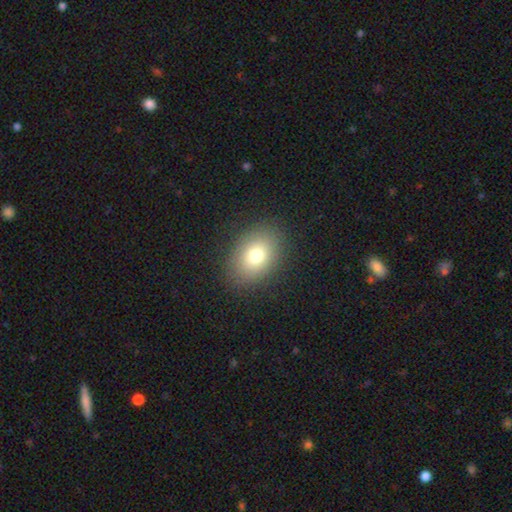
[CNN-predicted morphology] Smooth or featured? smooth (77%)
How rounded? in between (72%)
Merging? none (87%)